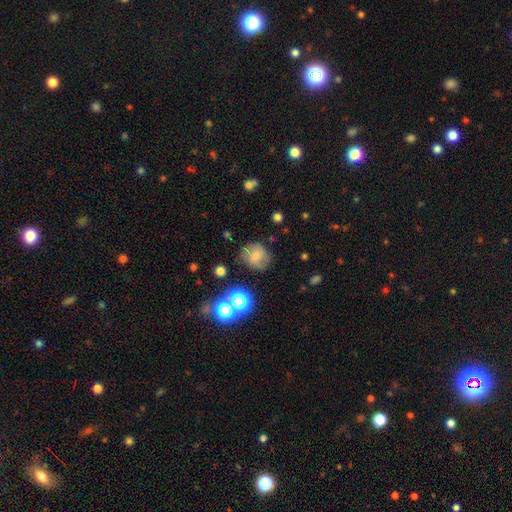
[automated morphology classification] The model was most divided on "smooth or featured": smooth: 59%, featured or disk: 27%, star or artifact: 14%. More confident: how rounded — round (77%); merging — none (69%).